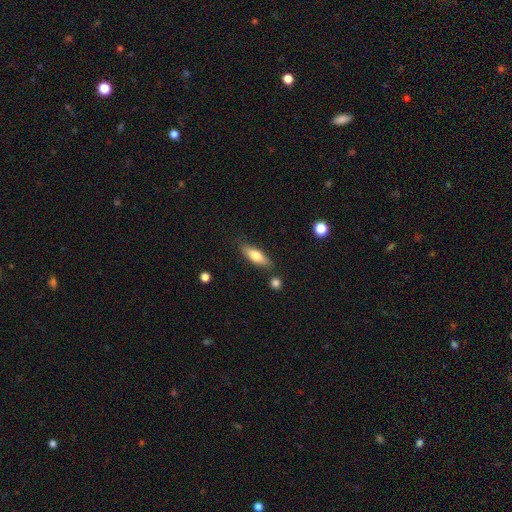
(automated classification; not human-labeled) Smooth or featured?
  - smooth: 66% *
  - featured or disk: 28%
  - star or artifact: 6%
How rounded?
  - in between: 52% *
  - cigar-shaped: 46%
  - round: 3%
Merging?
  - none: 80% *
  - minor disturbance: 13%
  - merger: 4%
  - major disturbance: 3%